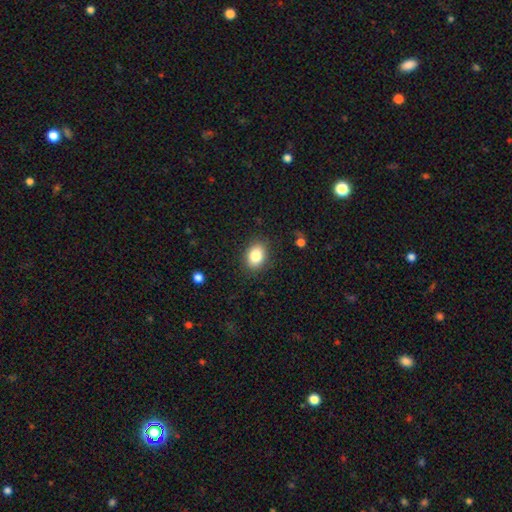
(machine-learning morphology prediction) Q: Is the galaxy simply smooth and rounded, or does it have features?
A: smooth — 83%.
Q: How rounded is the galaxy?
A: in between — 69%.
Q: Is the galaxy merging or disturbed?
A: none — 86%.